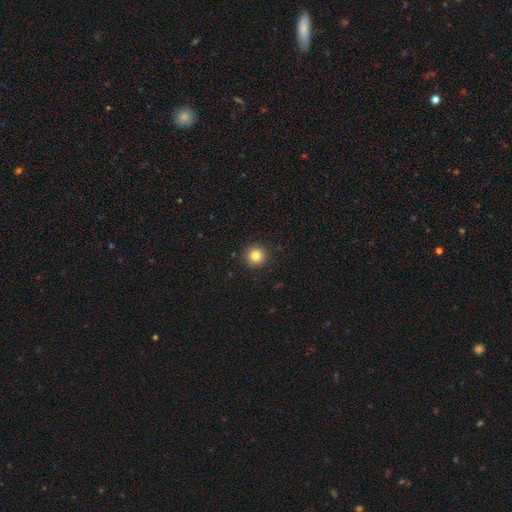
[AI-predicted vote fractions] A smooth galaxy with no disk features (82%) that is round (95%).

Vote fractions:
- Smooth or featured? smooth: 82% / star or artifact: 11% / featured or disk: 7%
- How rounded? round: 95% / in between: 4% / cigar-shaped: 1%
- Merging? none: 92% / minor disturbance: 5% / major disturbance: 2% / merger: 1%